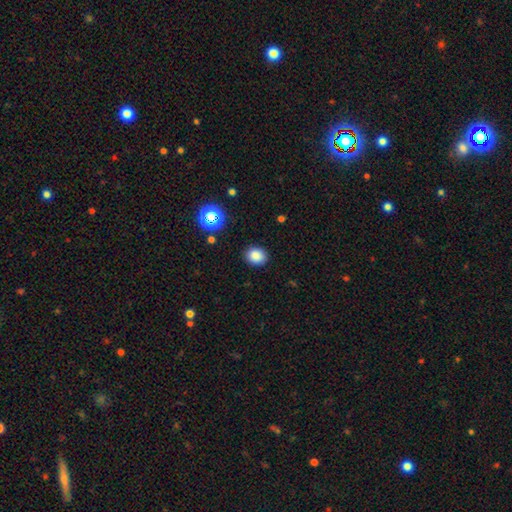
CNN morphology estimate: This is clearly a smooth galaxy (85%). How rounded: possibly round (55%). Merging: clearly none (88%).